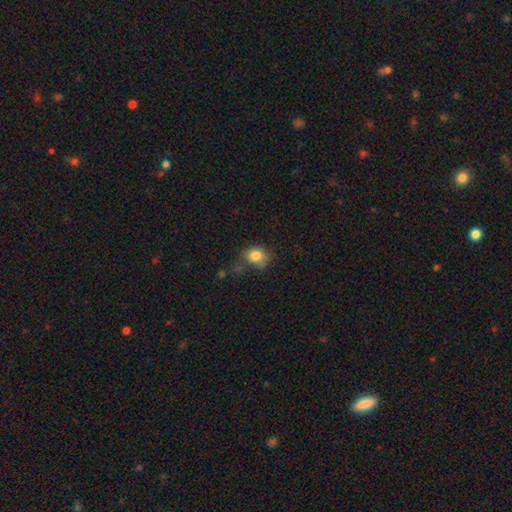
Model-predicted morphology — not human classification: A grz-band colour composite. It shows a smooth galaxy with no disk features (81%) that is round (58%). Merging: none (48%).